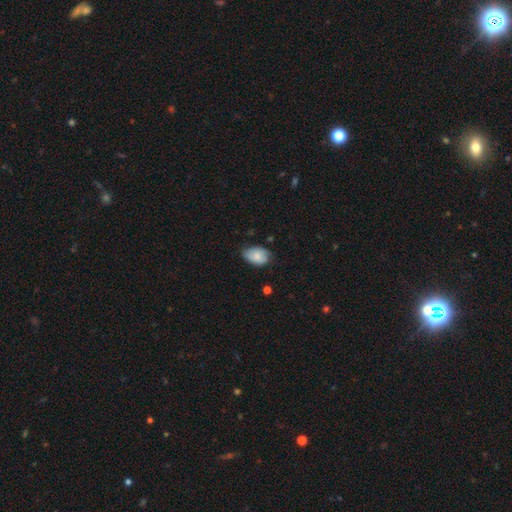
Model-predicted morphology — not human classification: smooth-or-featured: smooth: 81% | featured or disk: 12% | star or artifact: 7%
  how-rounded: in between: 87% | round: 12% | cigar-shaped: 1%
  merging: none: 60% | minor disturbance: 33% | major disturbance: 5% | merger: 2%